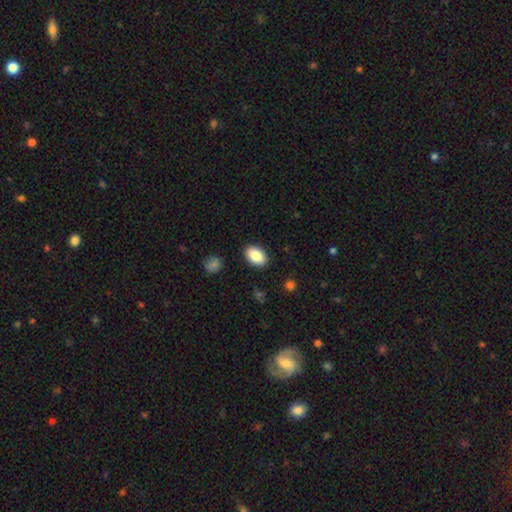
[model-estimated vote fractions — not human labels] Smooth or featured? Predicted: smooth (p=0.86). How rounded? Predicted: in between (p=0.86). Merging? Predicted: none (p=0.89).